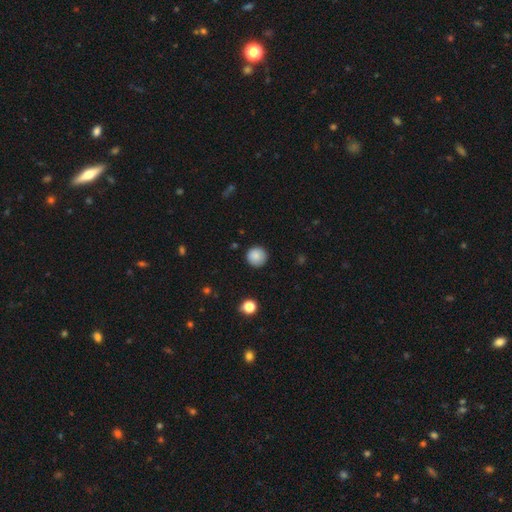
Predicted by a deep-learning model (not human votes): Smooth or featured? Predicted: smooth (p=0.87). How rounded? Predicted: round (p=0.95). Merging? Predicted: none (p=0.90).